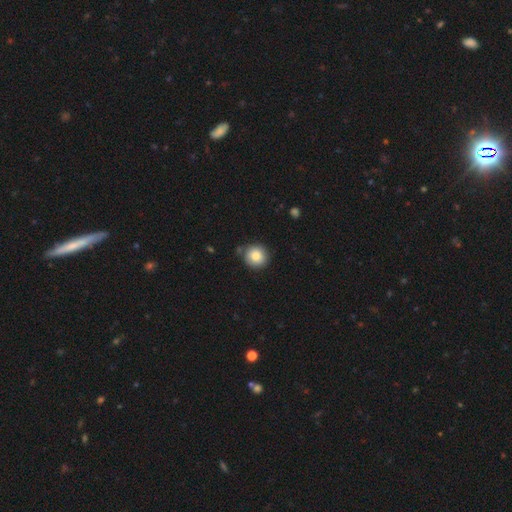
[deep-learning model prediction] Overall: smooth (84%). How rounded: round (91%). Merging: none (81%).